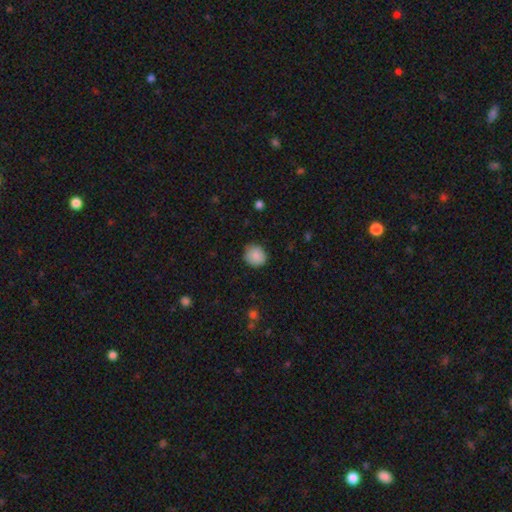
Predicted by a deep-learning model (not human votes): smooth_or_featured: smooth (p=0.87) [alt: star or artifact p=0.08]
how_rounded: round (p=0.83) [alt: in between p=0.16]
merging: none (p=0.83) [alt: minor disturbance p=0.13]